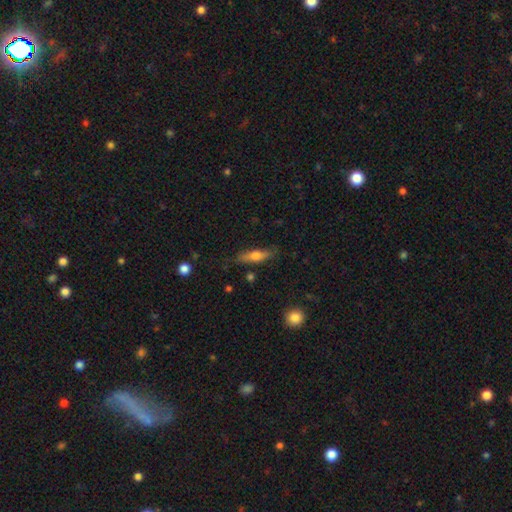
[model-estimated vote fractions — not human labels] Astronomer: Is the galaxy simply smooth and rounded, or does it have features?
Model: smooth — 57% (runner-up: featured or disk, 36%).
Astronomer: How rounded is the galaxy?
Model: cigar-shaped — 63%.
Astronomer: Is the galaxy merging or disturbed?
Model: none — 78%.